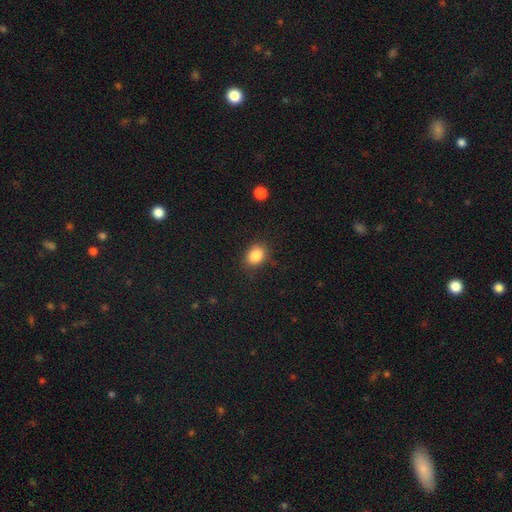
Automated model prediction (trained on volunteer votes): Smooth or featured? Predicted: smooth (p=0.86). How rounded? Predicted: in between (p=0.61). Merging? Predicted: none (p=0.83).